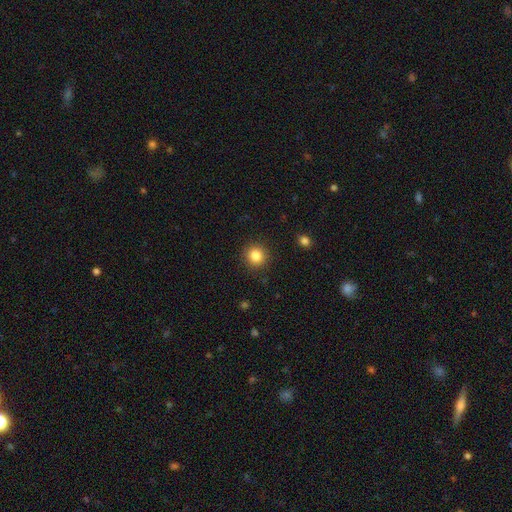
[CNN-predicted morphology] This is clearly a smooth galaxy (84%). How rounded: clearly round (92%). Merging: clearly none (90%).